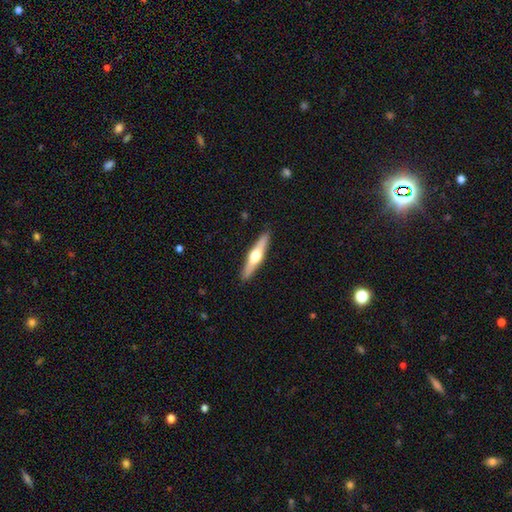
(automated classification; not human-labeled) featured or disk 62%, smooth 34%, star or artifact 5%. Down the decision tree: edge-on disk — yes (97%); edge-on bulge — rounded (95%); merging — none (91%).